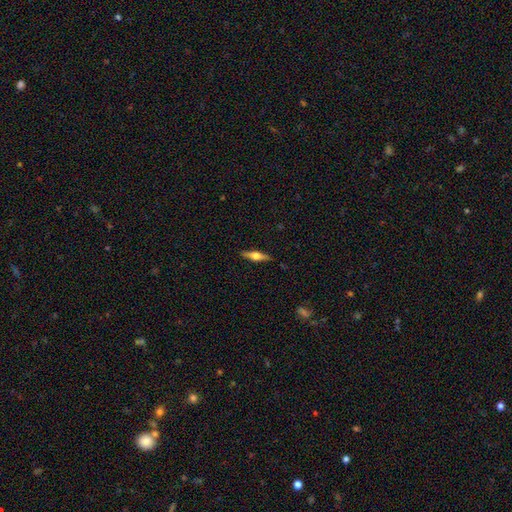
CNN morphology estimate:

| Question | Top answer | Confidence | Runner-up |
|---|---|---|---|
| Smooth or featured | featured or disk | 61% | smooth (33%) |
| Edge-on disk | yes | 96% | no (4%) |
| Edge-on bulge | rounded | 92% | boxy (6%) |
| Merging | none | 89% | minor disturbance (8%) |